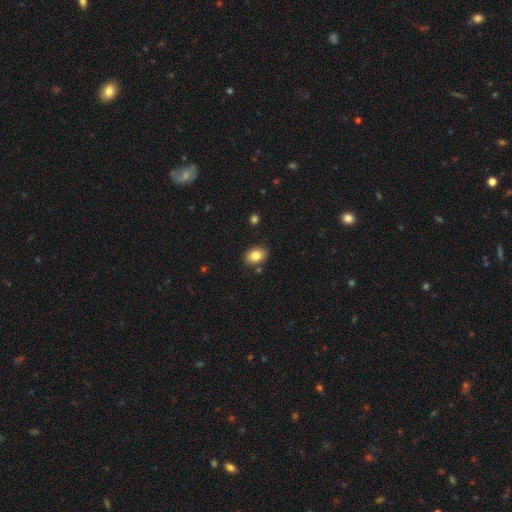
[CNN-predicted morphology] This appears to be a smooth galaxy with no disk features (83%) that is in between round and cigar-shaped (74%). Merging: none (85%).